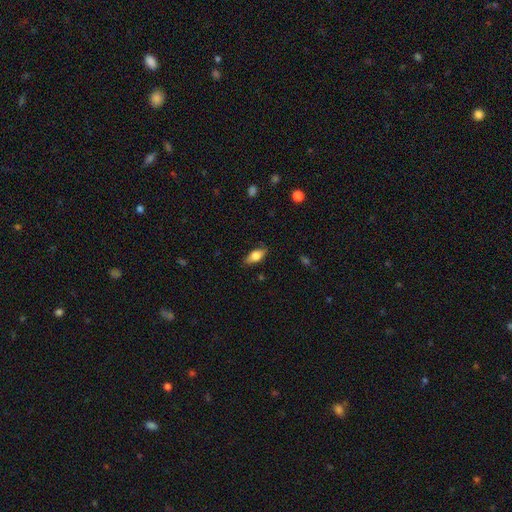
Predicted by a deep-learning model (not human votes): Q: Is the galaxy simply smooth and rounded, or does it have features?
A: smooth — 73%.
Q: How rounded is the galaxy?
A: in between — 83%.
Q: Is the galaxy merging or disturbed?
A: none — 83%.